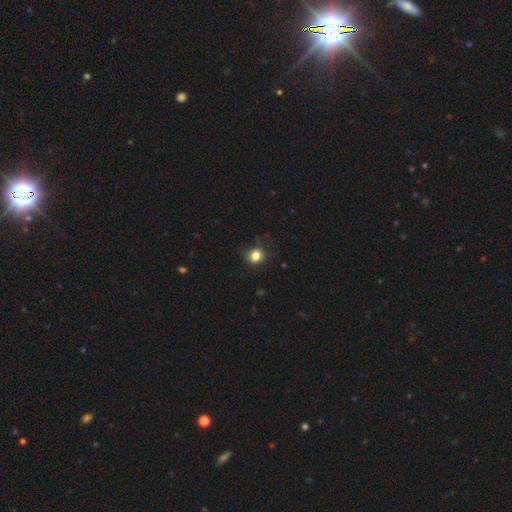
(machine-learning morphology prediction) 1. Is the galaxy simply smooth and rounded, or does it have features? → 83% smooth, 13% star or artifact, 5% featured or disk.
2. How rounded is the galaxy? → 83% round, 16% in between, 1% cigar-shaped.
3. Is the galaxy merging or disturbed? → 82% none, 14% minor disturbance, 4% major disturbance, 1% merger.